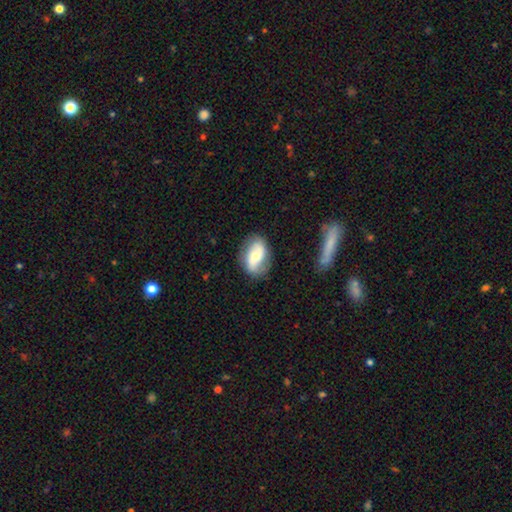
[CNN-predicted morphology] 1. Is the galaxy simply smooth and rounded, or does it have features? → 49% featured or disk, 44% smooth, 7% star or artifact.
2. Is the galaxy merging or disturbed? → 75% none, 17% minor disturbance, 6% major disturbance, 2% merger.